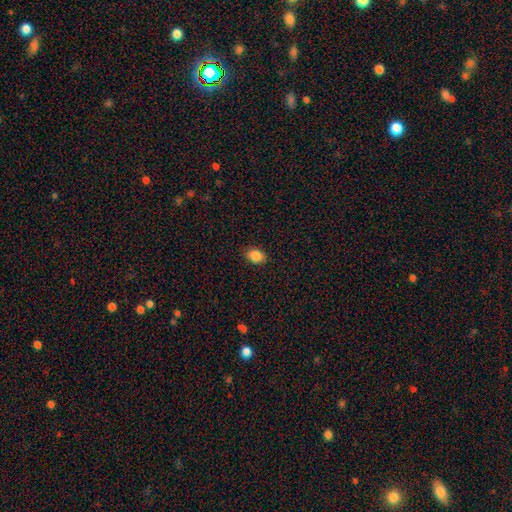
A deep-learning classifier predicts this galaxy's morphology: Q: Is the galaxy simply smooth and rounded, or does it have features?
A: smooth — 87%.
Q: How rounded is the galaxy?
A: in between — 75%.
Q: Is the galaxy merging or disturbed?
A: none — 88%.